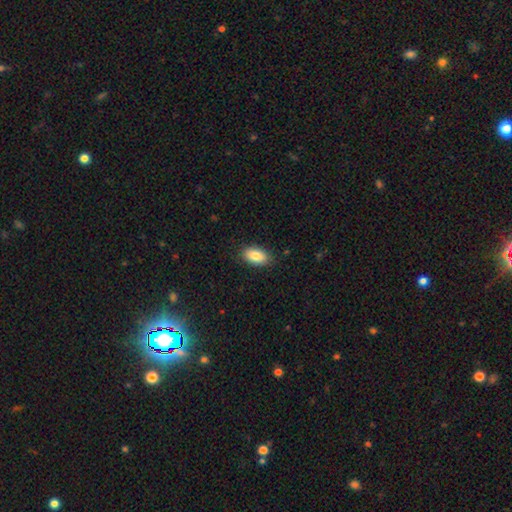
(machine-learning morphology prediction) Smooth or featured?
  - smooth: 84% *
  - featured or disk: 8%
  - star or artifact: 7%
How rounded?
  - in between: 93% *
  - round: 5%
  - cigar-shaped: 3%
Merging?
  - none: 87% *
  - minor disturbance: 10%
  - major disturbance: 2%
  - merger: 1%